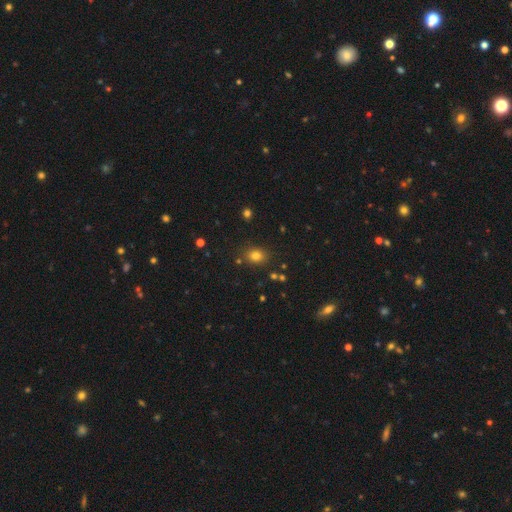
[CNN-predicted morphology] smooth 78%, star or artifact 15%, featured or disk 7%. Down the decision tree: how rounded — in between (50%); merging — none (82%).